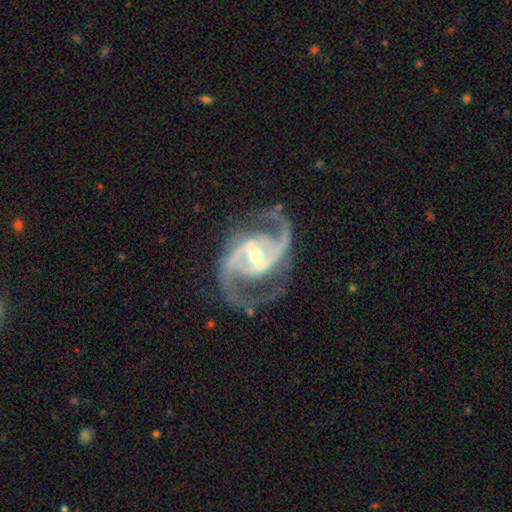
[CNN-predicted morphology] type=featured or disk (93%); edge-on=no (97%); bar=weak (39%, tied with strong); spiral arms=yes (98%); winding=medium (60%); arm count=2 (92%); bulge=moderate (57%); merging=none (77%).